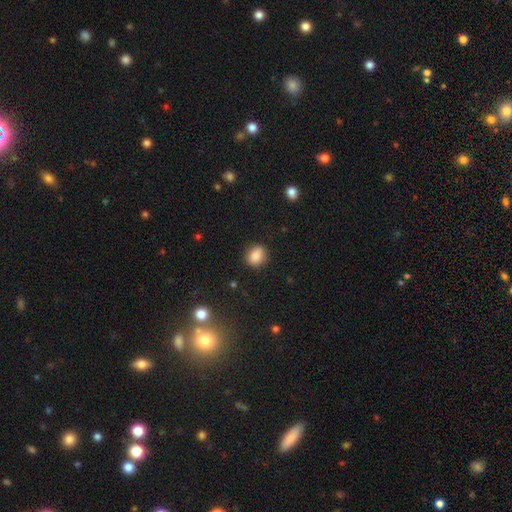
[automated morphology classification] Q: Smooth or featured?
A: smooth (85%); runner-up: star or artifact (9%)
Q: How rounded?
A: round (63%); runner-up: in between (36%)
Q: Merging?
A: none (86%); runner-up: minor disturbance (10%)